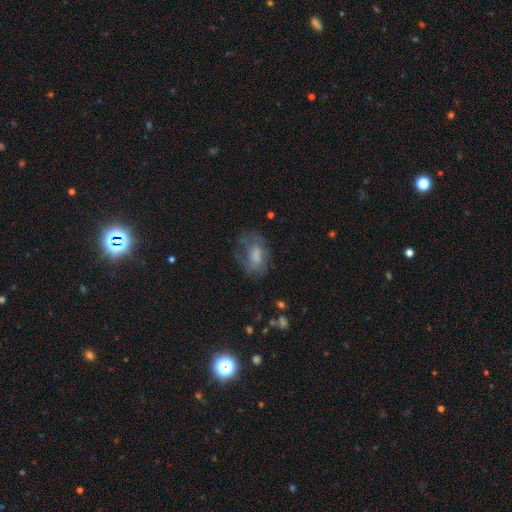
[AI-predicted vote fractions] The model was most divided on "smooth or featured": smooth: 50%, featured or disk: 40%, star or artifact: 10%. Remaining: how rounded — in between (82%); merging — none (49%).